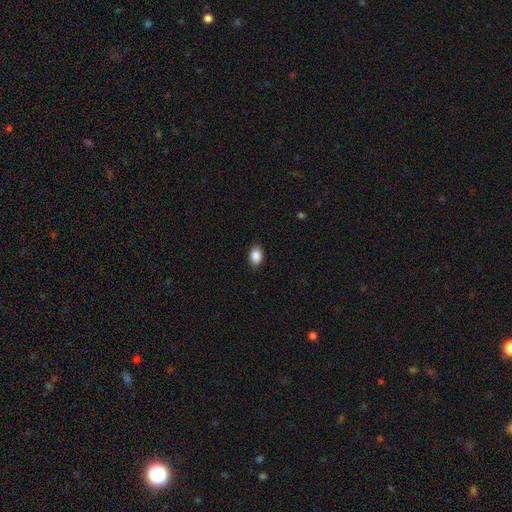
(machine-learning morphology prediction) Smooth or featured? Predicted: smooth (p=0.88). How rounded? Predicted: in between (p=0.83). Merging? Predicted: none (p=0.87).